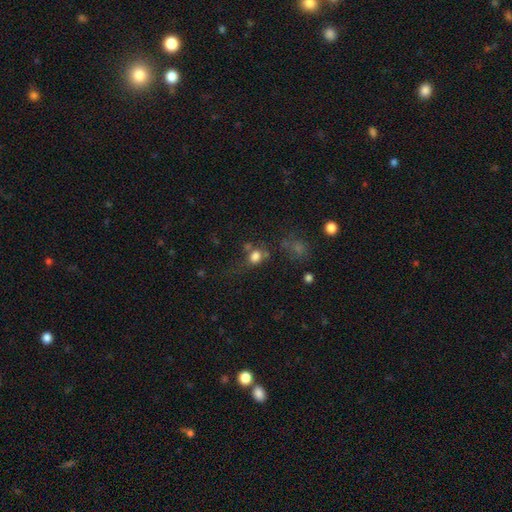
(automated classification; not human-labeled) Smooth or featured?
  - smooth: 76% *
  - star or artifact: 15%
  - featured or disk: 9%
How rounded?
  - round: 62% *
  - in between: 36%
  - cigar-shaped: 2%
Merging?
  - none: 52% *
  - minor disturbance: 18%
  - merger: 17%
  - major disturbance: 14%